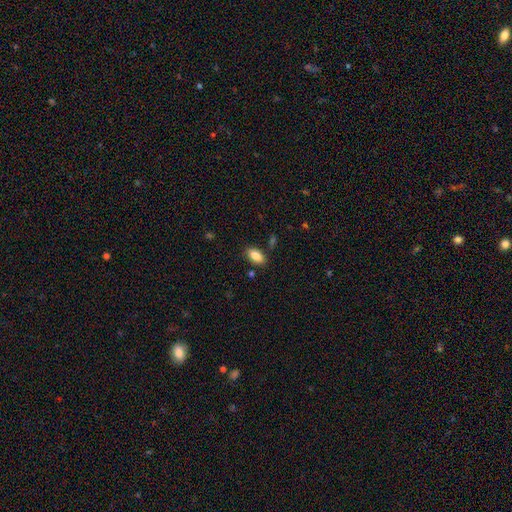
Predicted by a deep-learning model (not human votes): Morphology: type=smooth (87%); roundness=in between (92%); merging=none (83%).